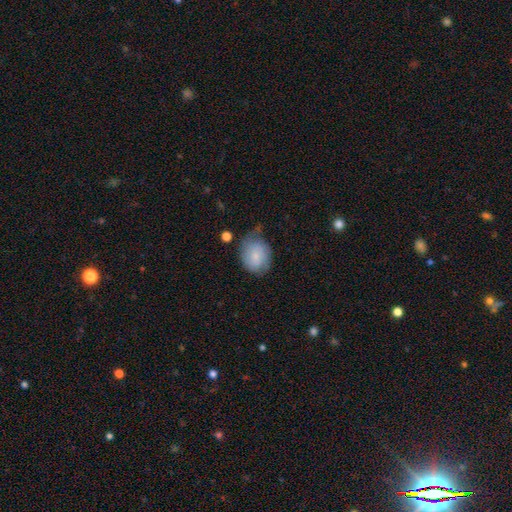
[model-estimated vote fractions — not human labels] A smooth galaxy with no disk features (71%) that is round (55%). Merging: none (49%).